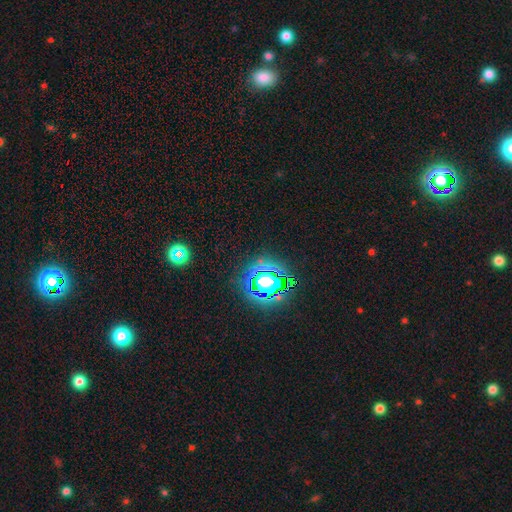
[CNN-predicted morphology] A star or artifact, not a galaxy (81%).